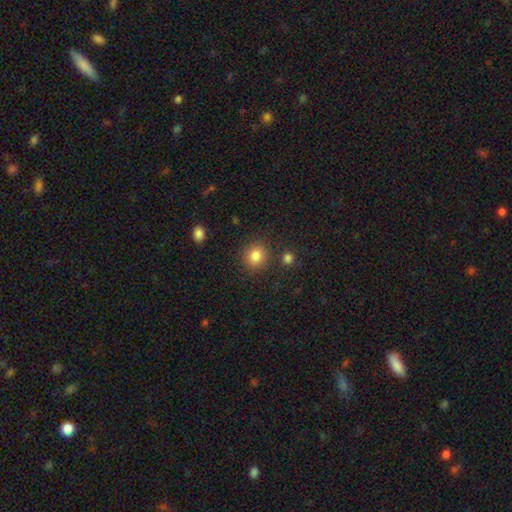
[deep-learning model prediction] Smooth or featured?
  - smooth: 84% *
  - star or artifact: 11%
  - featured or disk: 5%
How rounded?
  - round: 83% *
  - in between: 16%
  - cigar-shaped: 1%
Merging?
  - none: 85% *
  - minor disturbance: 8%
  - merger: 4%
  - major disturbance: 3%